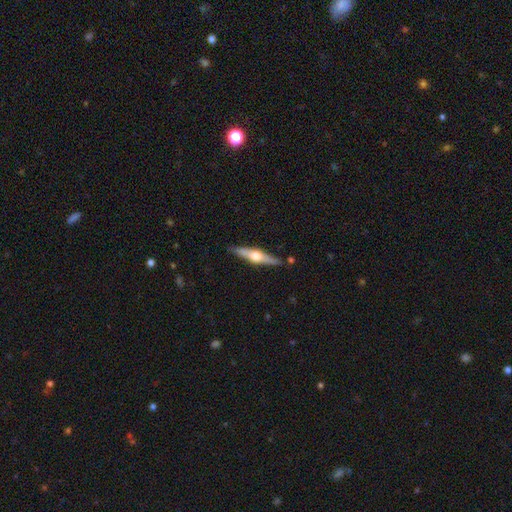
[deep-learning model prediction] The model was most divided on "smooth or featured": featured or disk: 70%, smooth: 24%, star or artifact: 5%. More confident: edge-on disk — yes (97%); edge-on bulge — rounded (95%); merging — none (87%).